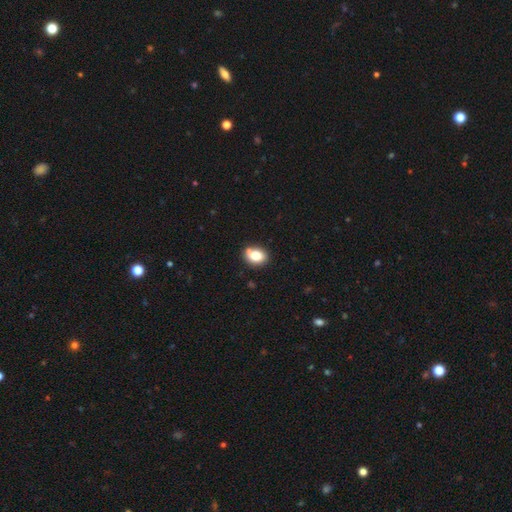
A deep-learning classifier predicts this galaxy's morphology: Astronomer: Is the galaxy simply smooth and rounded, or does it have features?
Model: smooth — 78%.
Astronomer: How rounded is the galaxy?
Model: in between — 62%.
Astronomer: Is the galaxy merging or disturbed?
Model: none — 70%.